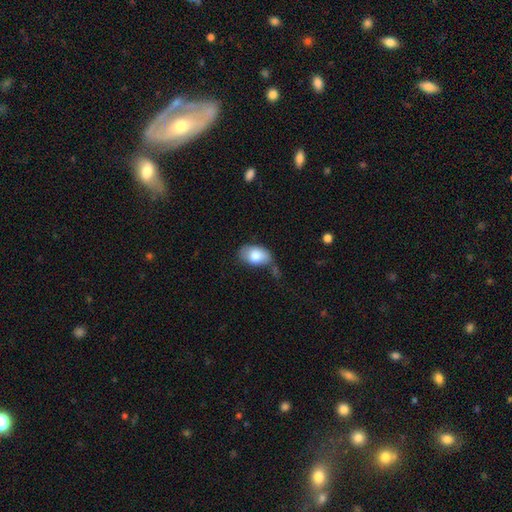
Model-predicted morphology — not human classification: smooth-or-featured: smooth: 80% | featured or disk: 13% | star or artifact: 6%
  how-rounded: in between: 90% | round: 9% | cigar-shaped: 1%
  merging: none: 50% | minor disturbance: 31% | major disturbance: 12% | merger: 8%